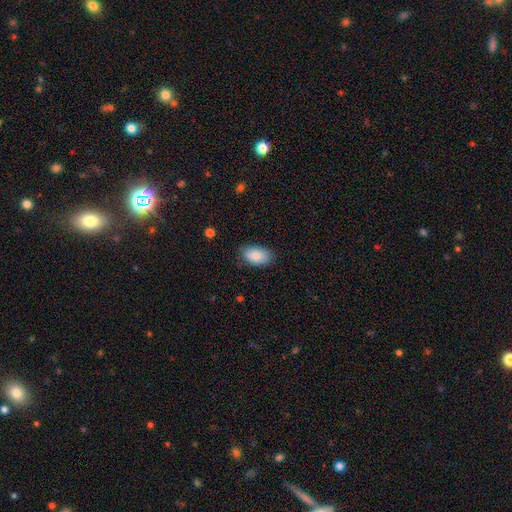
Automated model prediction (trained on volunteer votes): This appears to be a smooth galaxy with no disk features (86%) that is in between round and cigar-shaped (93%). Merging: none (80%).